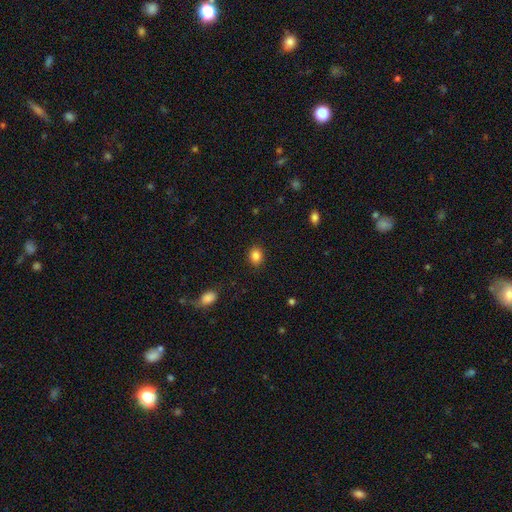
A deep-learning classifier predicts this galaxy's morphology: This appears to be a smooth galaxy with no disk features (85%) that is round (50%). Merging: none (88%).